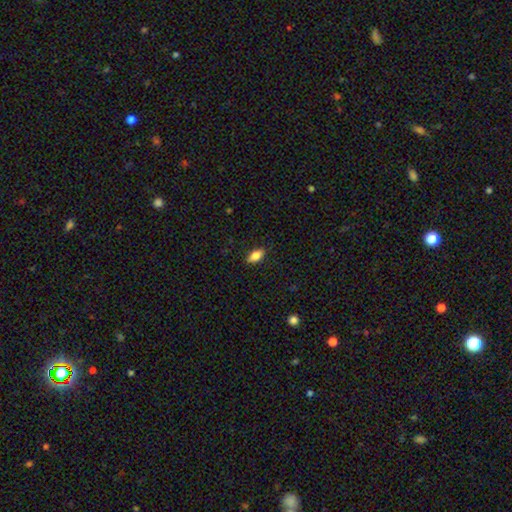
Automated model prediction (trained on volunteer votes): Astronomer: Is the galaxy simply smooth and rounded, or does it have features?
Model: smooth — 73%.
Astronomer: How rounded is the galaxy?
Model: in between — 83%.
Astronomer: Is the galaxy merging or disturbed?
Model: none — 87%.